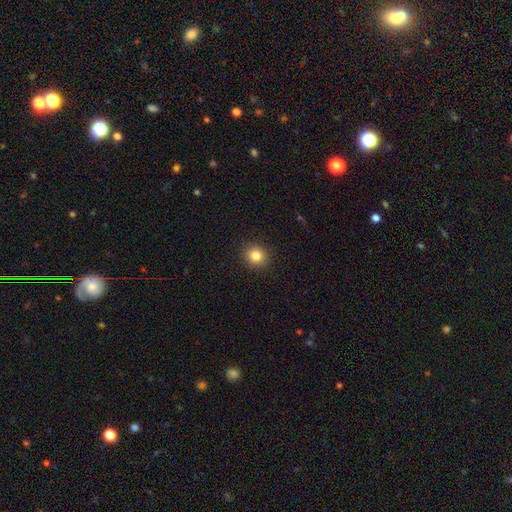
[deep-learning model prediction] smooth-or-featured: smooth: 83% | star or artifact: 11% | featured or disk: 6%
  how-rounded: round: 88% | in between: 11% | cigar-shaped: 1%
  merging: none: 92% | minor disturbance: 5% | major disturbance: 2% | merger: 1%